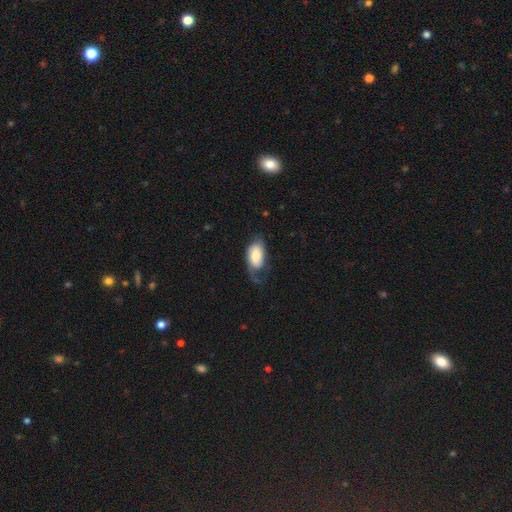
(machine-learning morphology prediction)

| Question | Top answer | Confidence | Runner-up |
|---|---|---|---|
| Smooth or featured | smooth | 61% | featured or disk (32%) |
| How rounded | in between | 93% | round (4%) |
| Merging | none | 37% | minor disturbance (31%) |